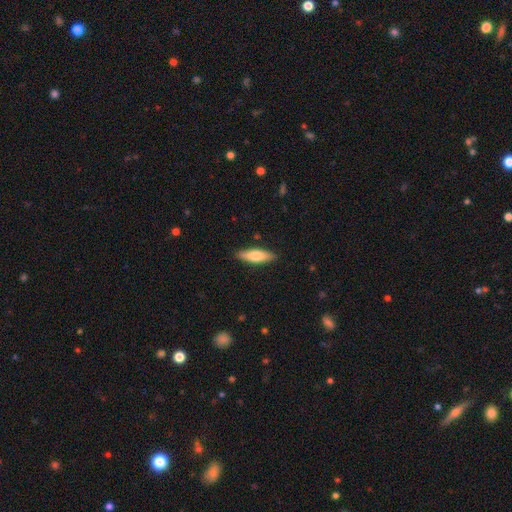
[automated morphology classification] Smooth or featured: smooth — 73% (featured or disk — 21%)
How rounded: cigar-shaped — 52% (in between — 46%)
Merging: none — 88% (minor disturbance — 9%)